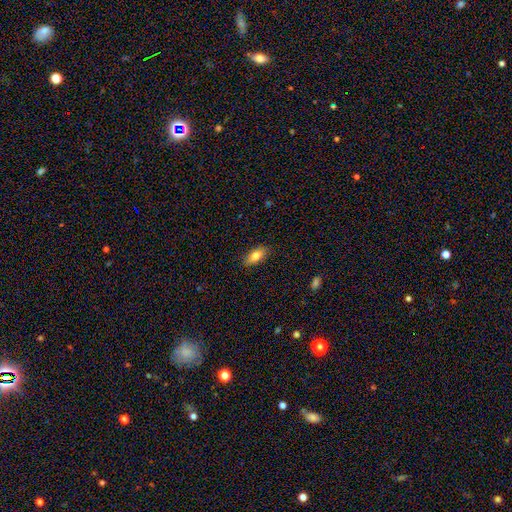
Smooth or featured?
  - smooth: 80% *
  - featured or disk: 12%
  - star or artifact: 8%
How rounded?
  - in between: 88% *
  - cigar-shaped: 9%
  - round: 3%
Merging?
  - none: 89% *
  - minor disturbance: 8%
  - major disturbance: 3%
  - merger: 0%